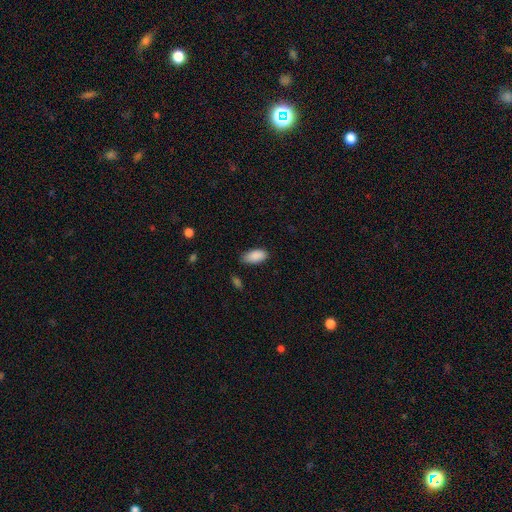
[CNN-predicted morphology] Smooth or featured: smooth — 89% (star or artifact — 7%)
How rounded: in between — 92% (cigar-shaped — 6%)
Merging: none — 76% (minor disturbance — 19%)